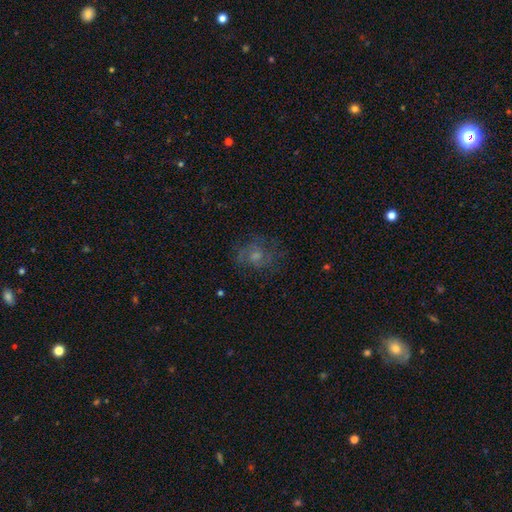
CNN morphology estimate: Smooth or featured?
  - featured or disk: 55% *
  - smooth: 28%
  - star or artifact: 17%
Edge-on disk?
  - no: 97% *
  - yes: 3%
Bar?
  - no: 71% *
  - weak: 25%
  - strong: 4%
Spiral arms?
  - yes: 78% *
  - no: 22%
Bulge size?
  - moderate: 41% *
  - small: 39%
  - none: 12%
  - large: 6%
  - dominant: 1%
Merging?
  - none: 67% *
  - minor disturbance: 18%
  - major disturbance: 14%
  - merger: 1%